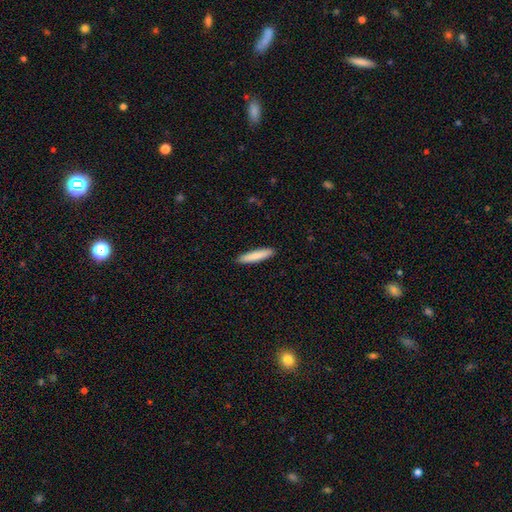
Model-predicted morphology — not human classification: Smooth or featured?
  - smooth: 84% *
  - featured or disk: 10%
  - star or artifact: 5%
How rounded?
  - cigar-shaped: 88% *
  - in between: 11%
  - round: 1%
Merging?
  - none: 91% *
  - minor disturbance: 6%
  - major disturbance: 1%
  - merger: 1%